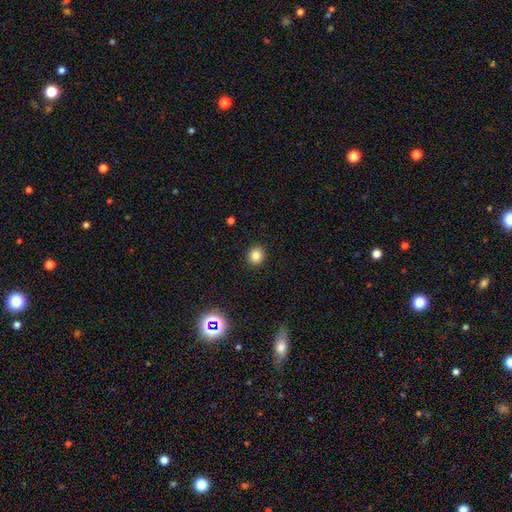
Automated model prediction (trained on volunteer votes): The model was most divided on "smooth or featured": smooth: 83%, star or artifact: 12%, featured or disk: 5%. More confident: merging — none (92%); how rounded — round (86%).